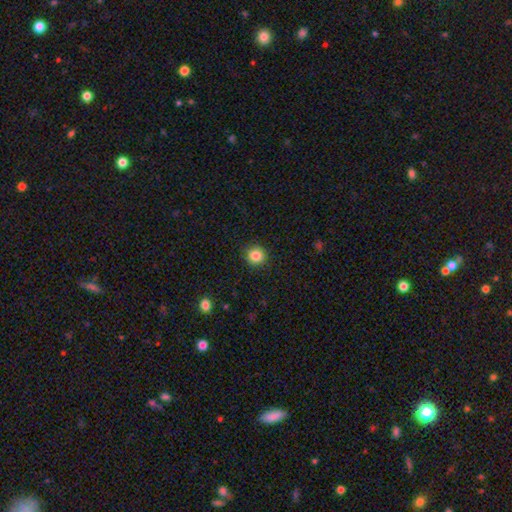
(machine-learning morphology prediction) Smooth or featured?
  - smooth: 85% *
  - star or artifact: 11%
  - featured or disk: 4%
How rounded?
  - round: 91% *
  - in between: 9%
  - cigar-shaped: 1%
Merging?
  - none: 90% *
  - minor disturbance: 7%
  - major disturbance: 2%
  - merger: 1%